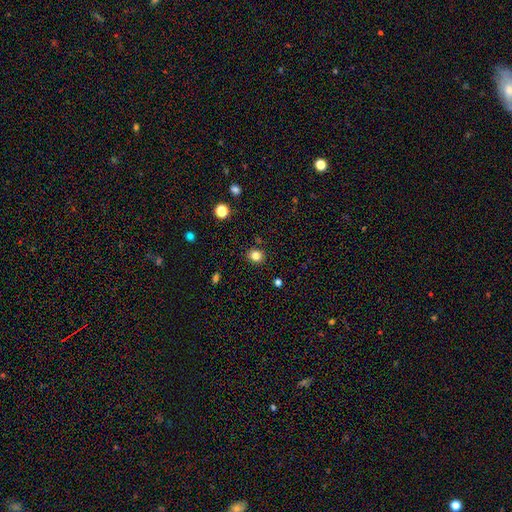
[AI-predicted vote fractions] Smooth or featured? smooth (82%)
How rounded? round (75%)
Merging? none (88%)